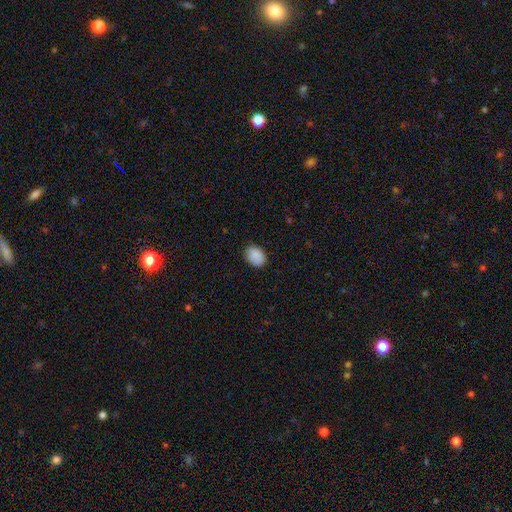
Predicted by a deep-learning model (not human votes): This appears to be a smooth galaxy with no disk features (90%) that is in between round and cigar-shaped (74%). Merging: none (86%).